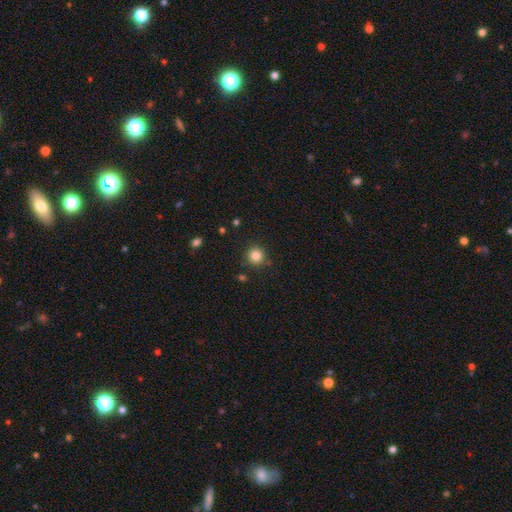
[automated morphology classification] A smooth galaxy with no disk features (84%) that is round (92%).

Vote fractions:
- Smooth or featured? smooth: 84% / star or artifact: 11% / featured or disk: 5%
- How rounded? round: 92% / in between: 7% / cigar-shaped: 1%
- Merging? none: 87% / minor disturbance: 8% / merger: 3% / major disturbance: 3%